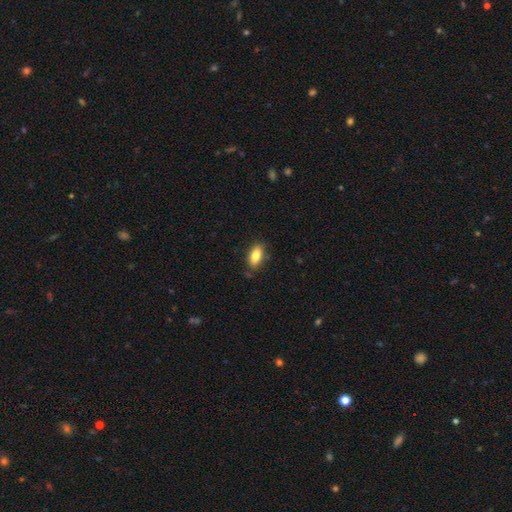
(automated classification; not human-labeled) This is clearly a smooth galaxy (82%). How rounded: clearly in between (88%). Merging: likely none (79%).